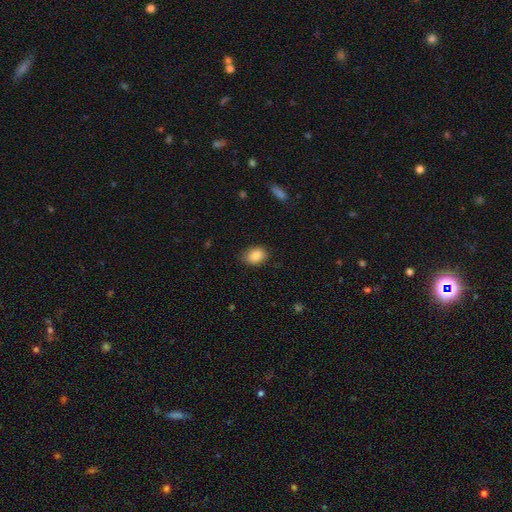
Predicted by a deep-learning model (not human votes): A smooth galaxy with no disk features (87%) that is in between round and cigar-shaped (77%).

Vote fractions:
- Smooth or featured? smooth: 87% / star or artifact: 8% / featured or disk: 5%
- How rounded? in between: 77% / round: 22% / cigar-shaped: 1%
- Merging? none: 81% / minor disturbance: 15% / major disturbance: 3% / merger: 1%